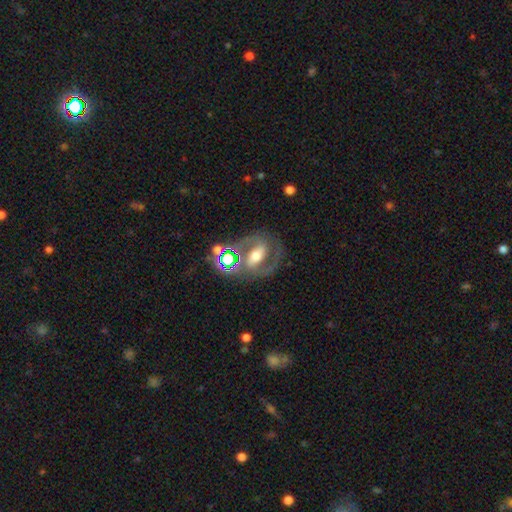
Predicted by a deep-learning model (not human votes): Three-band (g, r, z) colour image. It shows a featured or disk galaxy (76%) with a strong bar (48%), 2 (88%) medium (57%) spiral arms (87%) and a moderate central bulge (60%). Merging: none (69%).